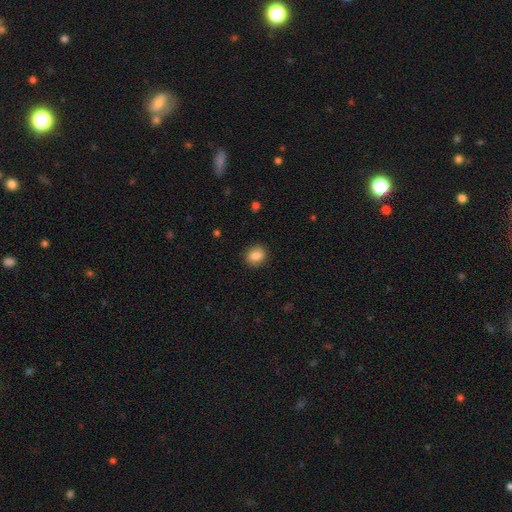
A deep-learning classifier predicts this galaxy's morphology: smooth-or-featured: smooth: 85% | star or artifact: 9% | featured or disk: 6%
  how-rounded: round: 58% | in between: 41% | cigar-shaped: 1%
  merging: none: 88% | minor disturbance: 9% | major disturbance: 2% | merger: 1%